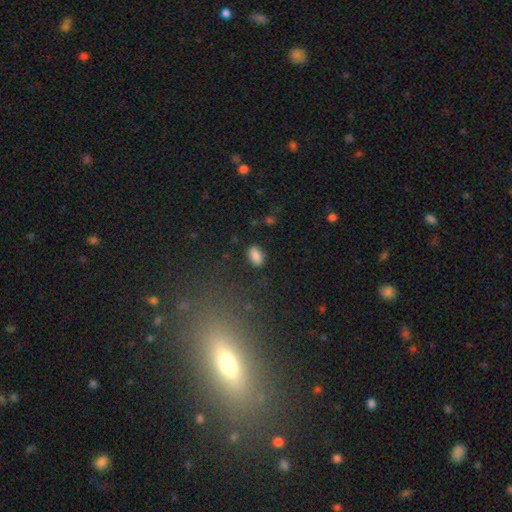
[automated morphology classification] This appears to be a smooth galaxy with no disk features (84%) that is in between round and cigar-shaped (92%). Merging: none (81%).